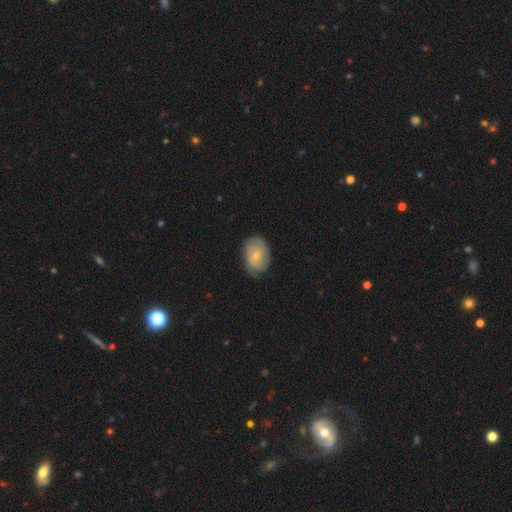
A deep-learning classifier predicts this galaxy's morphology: type=smooth (48%); merging=none (72%).